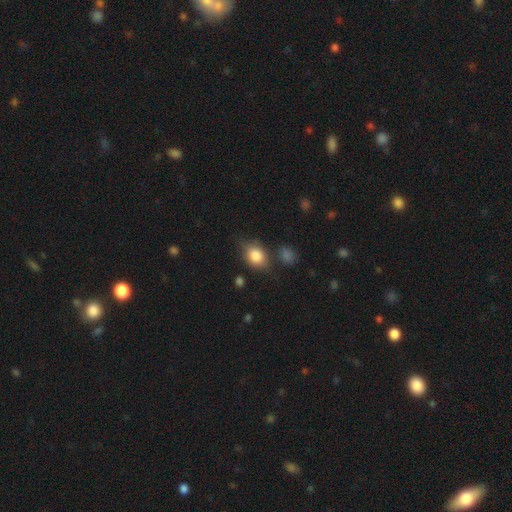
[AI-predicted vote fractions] Smooth or featured?
  - smooth: 83% *
  - star or artifact: 9%
  - featured or disk: 8%
How rounded?
  - in between: 66% *
  - round: 33%
  - cigar-shaped: 1%
Merging?
  - none: 66% *
  - minor disturbance: 21%
  - merger: 7%
  - major disturbance: 6%